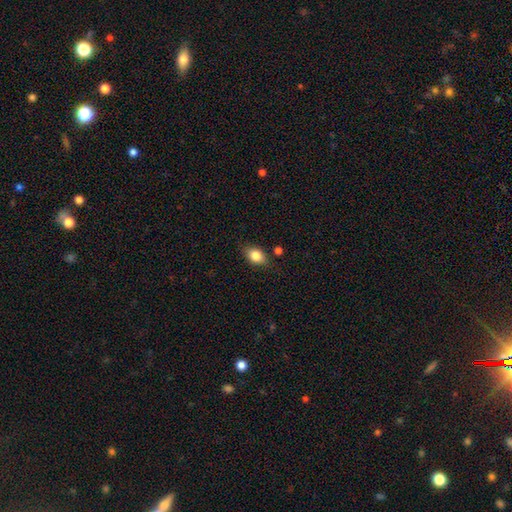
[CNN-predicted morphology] smooth_or_featured: smooth (p=0.83) [alt: featured or disk p=0.09]
how_rounded: in between (p=0.78) [alt: round p=0.21]
merging: none (p=0.79) [alt: minor disturbance p=0.14]